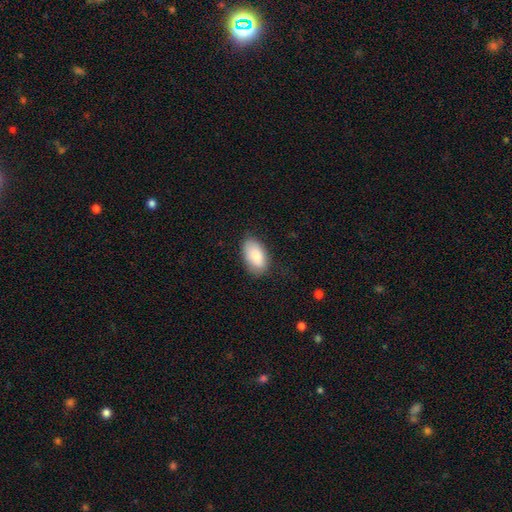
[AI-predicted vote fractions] smooth-or-featured: smooth: 84% | featured or disk: 10% | star or artifact: 6%
  how-rounded: in between: 94% | round: 4% | cigar-shaped: 2%
  merging: none: 79% | minor disturbance: 16% | major disturbance: 3% | merger: 1%